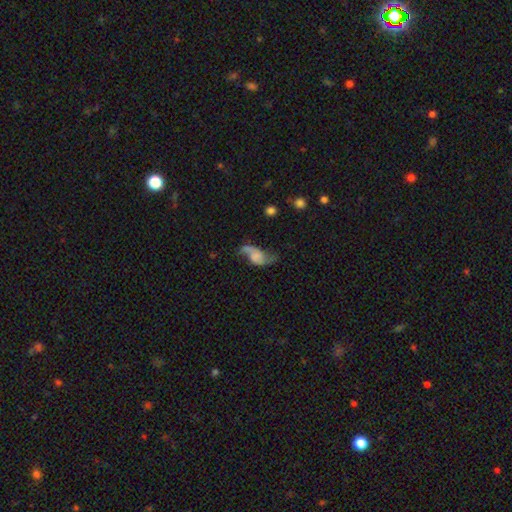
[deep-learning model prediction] The model was most divided on "merging": none: 50%, minor disturbance: 23%, major disturbance: 21%, merger: 6%. More confident: edge-on disk — no (96%); spiral arms — yes (90%); spiral arm count — 2 (88%); spiral winding — loose (83%); smooth or featured — featured or disk (70%); bar — no (61%); bulge size — none (54%).